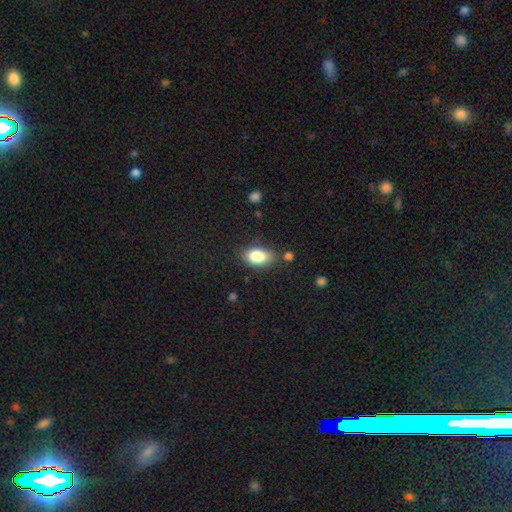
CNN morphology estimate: Overall: smooth (84%). How rounded: in between (90%). Merging: none (71%).